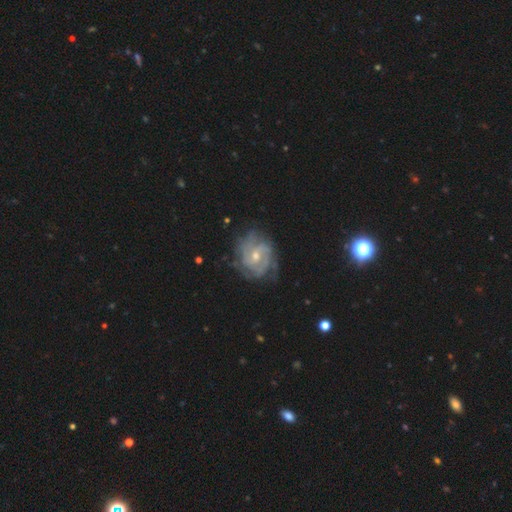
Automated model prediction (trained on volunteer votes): Smooth or featured? Predicted: featured or disk (p=0.86). Edge-on disk? Predicted: no (p=0.98). Bar? Predicted: no (p=0.46). Spiral arms? Predicted: yes (p=0.97). Spiral winding? Predicted: tight (p=0.66). Spiral arm count? Predicted: can't tell (p=0.28). Bulge size? Predicted: small (p=0.51). Merging? Predicted: none (p=0.75).